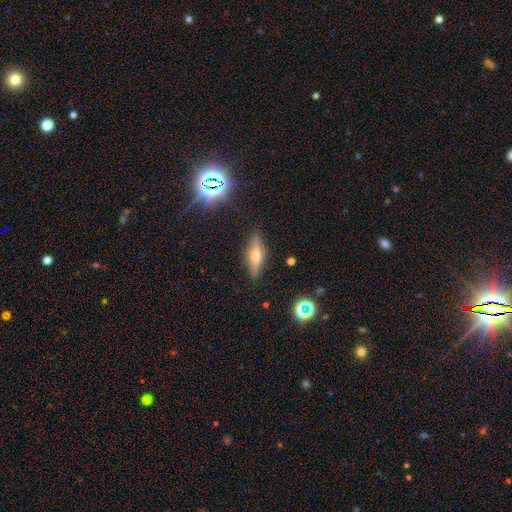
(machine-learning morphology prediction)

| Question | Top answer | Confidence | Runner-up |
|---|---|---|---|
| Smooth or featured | featured or disk | 52% | smooth (35%) |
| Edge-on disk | yes | 90% | no (10%) |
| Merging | none | 85% | minor disturbance (11%) |